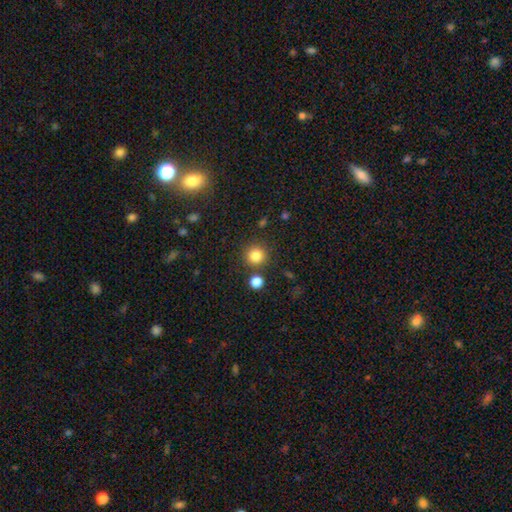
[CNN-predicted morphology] This appears to be a smooth galaxy with no disk features (84%) that is round (94%). Merging: none (84%).